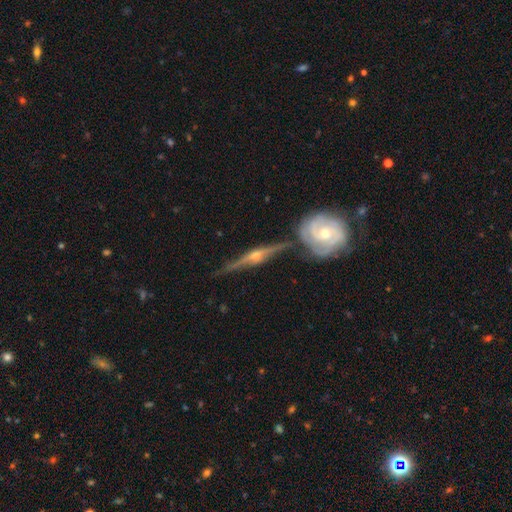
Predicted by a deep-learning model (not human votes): Morphology: type=featured or disk (86%); edge-on=yes (91%); edge-on bulge=rounded (91%); merging=none (71%).